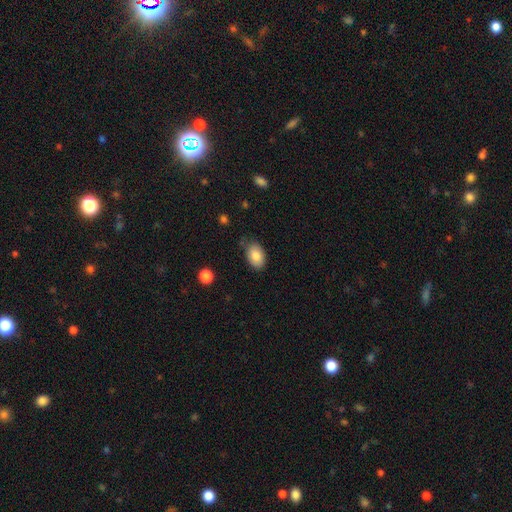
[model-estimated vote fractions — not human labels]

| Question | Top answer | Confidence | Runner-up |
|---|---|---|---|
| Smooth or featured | smooth | 83% | featured or disk (10%) |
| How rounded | in between | 88% | round (11%) |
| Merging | none | 73% | minor disturbance (21%) |